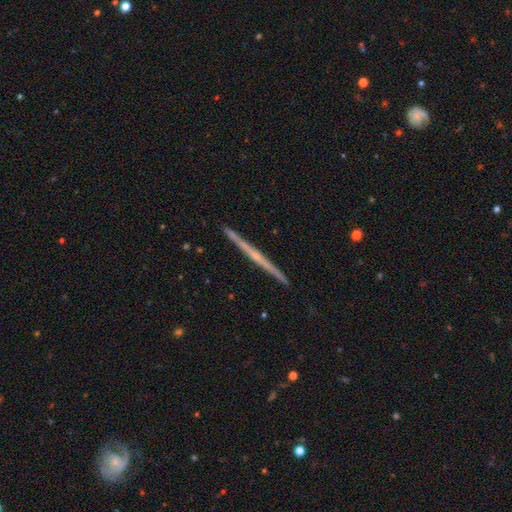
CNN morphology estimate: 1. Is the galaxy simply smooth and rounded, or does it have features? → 76% featured or disk, 18% smooth, 5% star or artifact.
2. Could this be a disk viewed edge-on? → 99% yes, 1% no.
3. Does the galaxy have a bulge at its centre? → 56% none, 37% rounded, 7% boxy.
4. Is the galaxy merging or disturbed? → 92% none, 5% minor disturbance, 1% merger, 1% major disturbance.